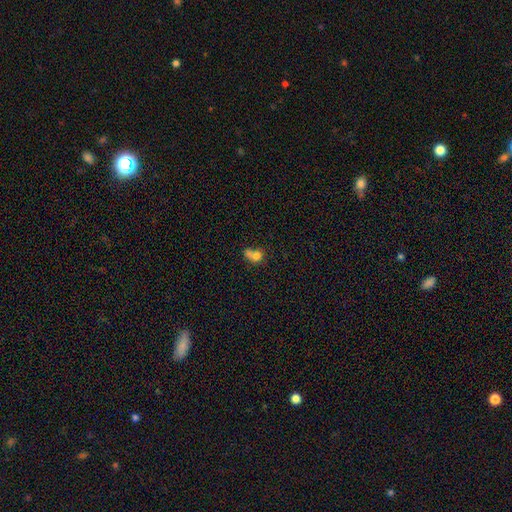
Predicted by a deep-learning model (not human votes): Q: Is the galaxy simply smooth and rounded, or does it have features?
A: smooth — 73%.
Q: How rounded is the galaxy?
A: round — 58%.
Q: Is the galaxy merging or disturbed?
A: merger — 54%.